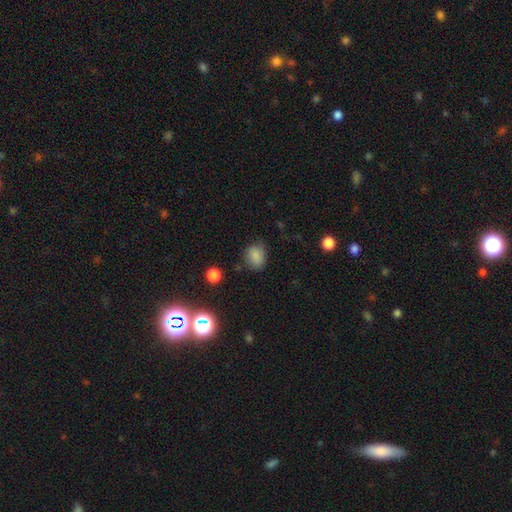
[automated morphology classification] Overall: smooth (82%). How rounded: round (49%, tied with in between). Merging: none (71%).